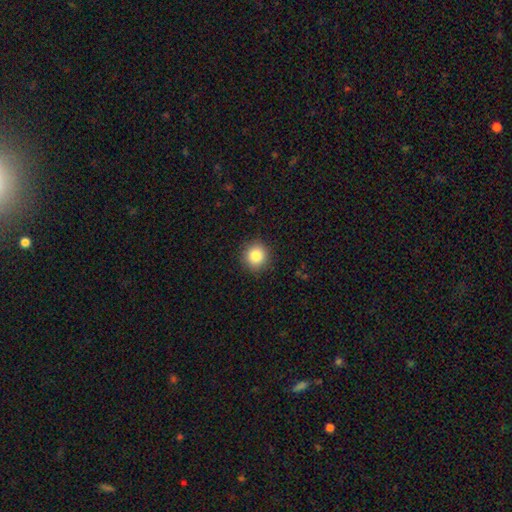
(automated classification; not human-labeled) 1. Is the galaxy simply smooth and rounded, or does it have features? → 84% smooth, 10% star or artifact, 6% featured or disk.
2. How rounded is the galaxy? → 91% round, 8% in between, 1% cigar-shaped.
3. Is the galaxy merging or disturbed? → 91% none, 6% minor disturbance, 2% major disturbance, 1% merger.